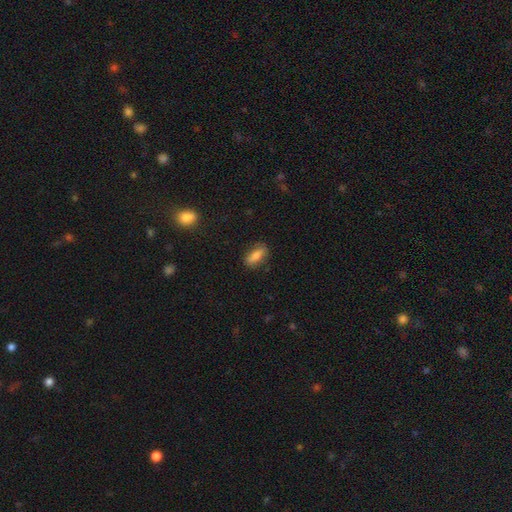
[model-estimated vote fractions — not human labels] A smooth galaxy with no disk features (76%) that is in between round and cigar-shaped (74%). Merging: none (81%).